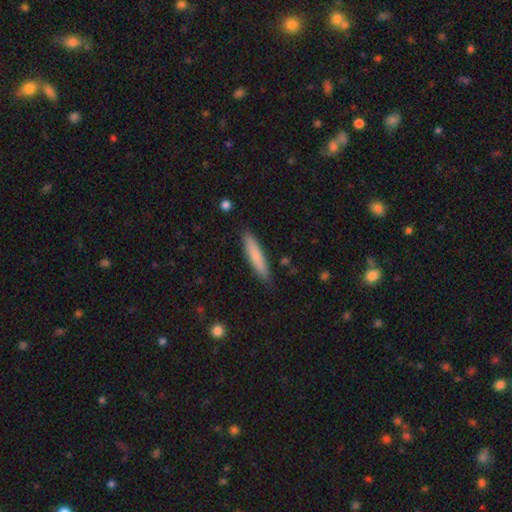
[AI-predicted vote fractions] This is likely a smooth galaxy (77%). How rounded: clearly cigar-shaped (86%). Merging: clearly none (85%).